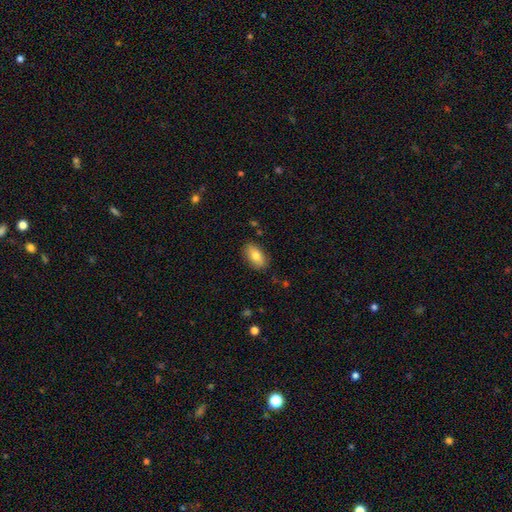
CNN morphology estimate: A smooth galaxy with no disk features (77%) that is in between round and cigar-shaped (92%).

Vote fractions:
- Smooth or featured? smooth: 77% / featured or disk: 16% / star or artifact: 7%
- How rounded? in between: 92% / round: 5% / cigar-shaped: 3%
- Merging? none: 85% / minor disturbance: 12% / major disturbance: 2% / merger: 1%